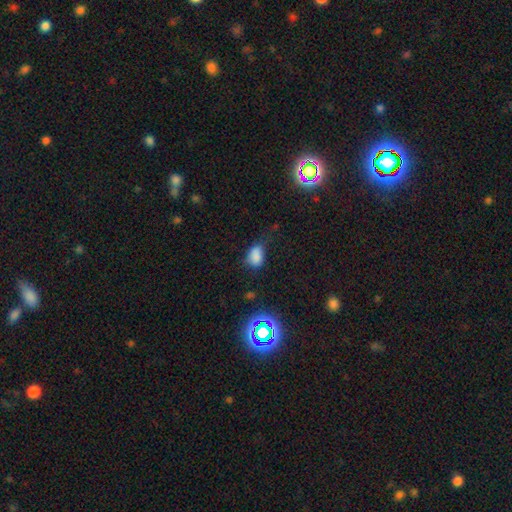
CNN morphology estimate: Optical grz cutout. It shows a smooth galaxy with no disk features (76%) that is in between round and cigar-shaped (80%). Merging: none (46%).